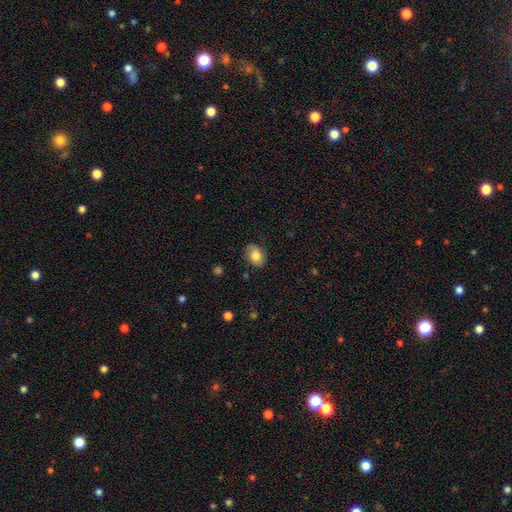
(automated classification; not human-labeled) smooth 80%, featured or disk 13%, star or artifact 8%. Down the decision tree: how rounded — in between (77%); merging — none (81%).